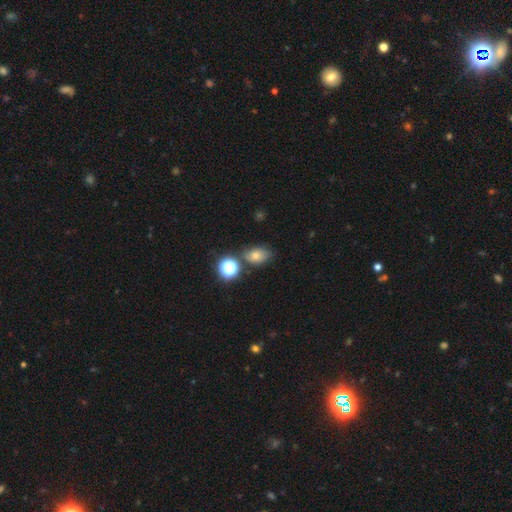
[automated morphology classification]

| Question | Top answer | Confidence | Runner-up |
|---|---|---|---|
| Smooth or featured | smooth | 67% | star or artifact (21%) |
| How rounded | in between | 69% | round (29%) |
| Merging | none | 73% | minor disturbance (14%) |